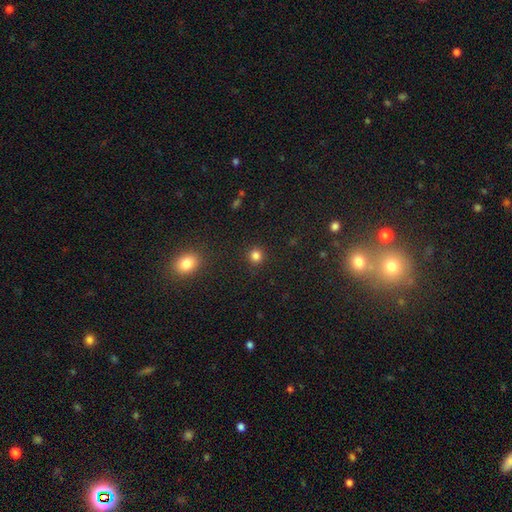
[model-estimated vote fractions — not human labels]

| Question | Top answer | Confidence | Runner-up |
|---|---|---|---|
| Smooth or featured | smooth | 83% | star or artifact (13%) |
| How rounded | round | 92% | in between (7%) |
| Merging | none | 91% | minor disturbance (6%) |